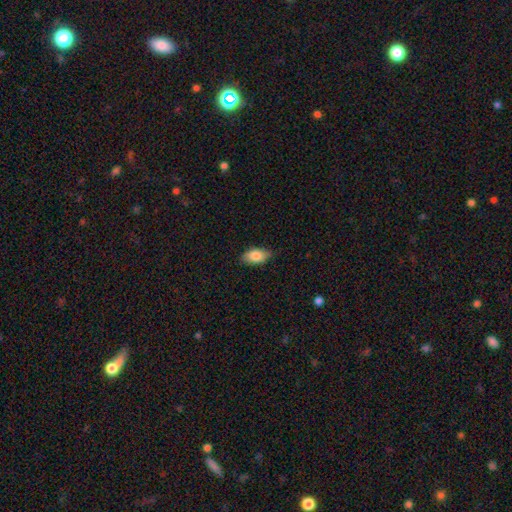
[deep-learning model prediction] Q: Smooth or featured?
A: smooth (83%); runner-up: featured or disk (10%)
Q: How rounded?
A: in between (92%); runner-up: round (5%)
Q: Merging?
A: none (79%); runner-up: minor disturbance (17%)